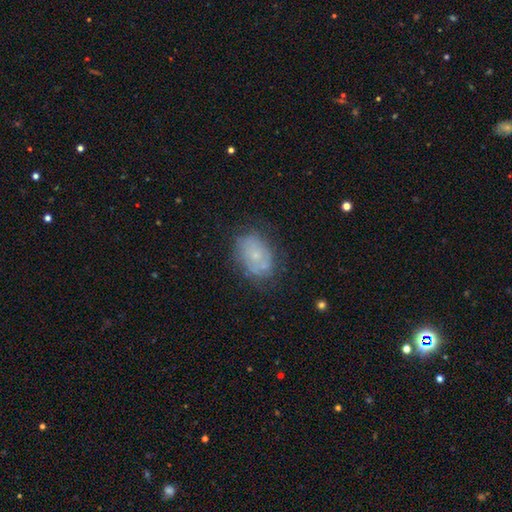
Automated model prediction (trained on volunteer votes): This is possibly a smooth galaxy (50%). Merging: likely none (65%).